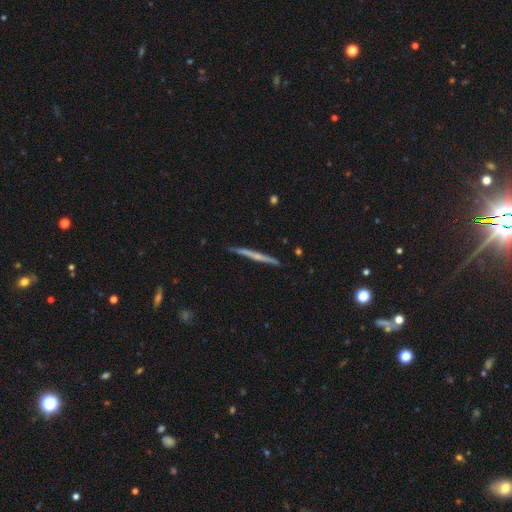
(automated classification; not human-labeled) smooth-or-featured: featured or disk: 65% | smooth: 29% | star or artifact: 6%
  disk-edge-on: yes: 98% | no: 2%
    edge-on-bulge: none: 48% | rounded: 45% | boxy: 7%
  merging: none: 90% | minor disturbance: 7% | major disturbance: 1% | merger: 1%